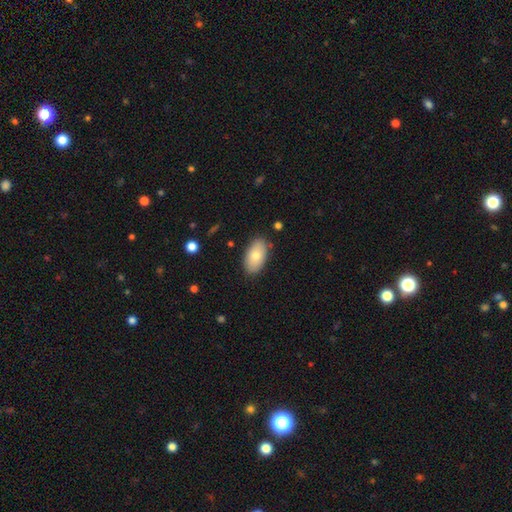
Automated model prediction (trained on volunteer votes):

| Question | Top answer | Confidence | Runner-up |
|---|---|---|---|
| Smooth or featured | smooth | 76% | featured or disk (18%) |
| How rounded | in between | 94% | round (4%) |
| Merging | none | 85% | minor disturbance (12%) |